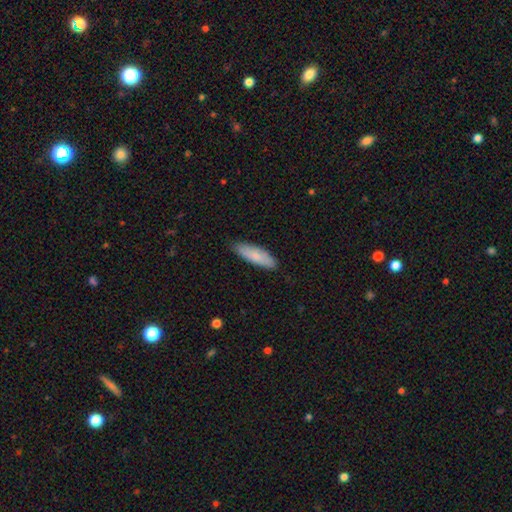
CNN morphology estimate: This appears to be a smooth galaxy with no disk features (82%) that is cigar-shaped (57%). Merging: none (84%).